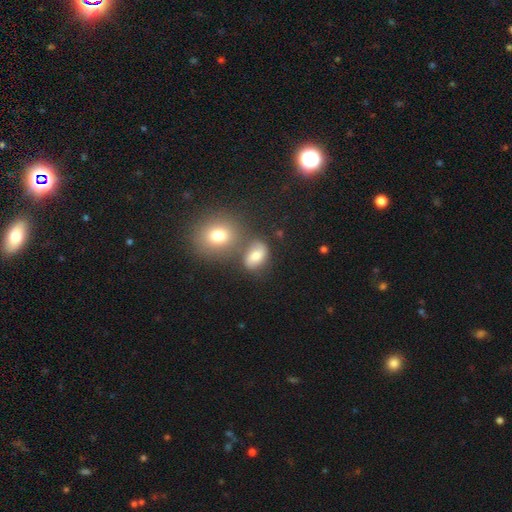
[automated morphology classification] Smooth or featured?
  - smooth: 62% *
  - featured or disk: 25%
  - star or artifact: 13%
How rounded?
  - in between: 70% *
  - round: 28%
  - cigar-shaped: 2%
Merging?
  - none: 54% *
  - merger: 21%
  - minor disturbance: 17%
  - major disturbance: 8%